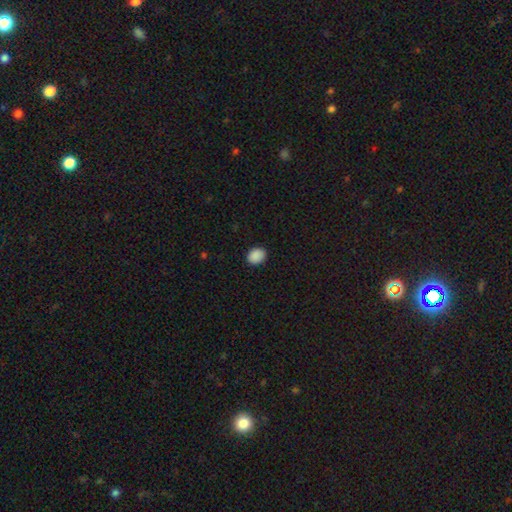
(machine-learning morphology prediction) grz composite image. It shows a smooth galaxy with no disk features (89%) that is in between round and cigar-shaped (52%). Merging: none (88%).